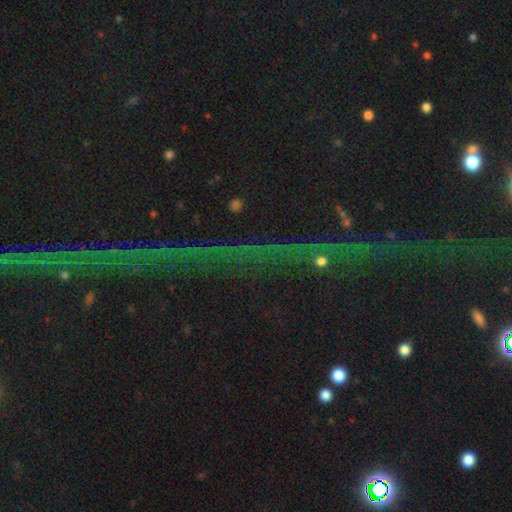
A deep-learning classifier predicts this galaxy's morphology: Q: Smooth or featured?
A: star or artifact (79%); runner-up: featured or disk (12%)